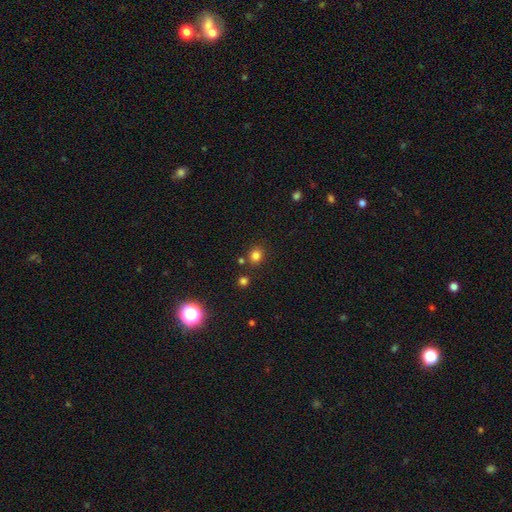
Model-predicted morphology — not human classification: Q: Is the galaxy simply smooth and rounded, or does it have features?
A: smooth — 80%.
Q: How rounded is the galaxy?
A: round — 77%.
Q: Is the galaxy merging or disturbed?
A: none — 81%.